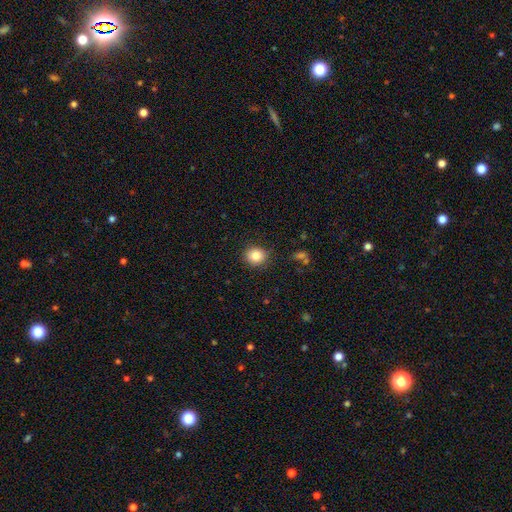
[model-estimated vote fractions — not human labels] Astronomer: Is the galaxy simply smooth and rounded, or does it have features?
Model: smooth — 82%.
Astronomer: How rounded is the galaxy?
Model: round — 81%.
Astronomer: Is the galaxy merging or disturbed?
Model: none — 87%.